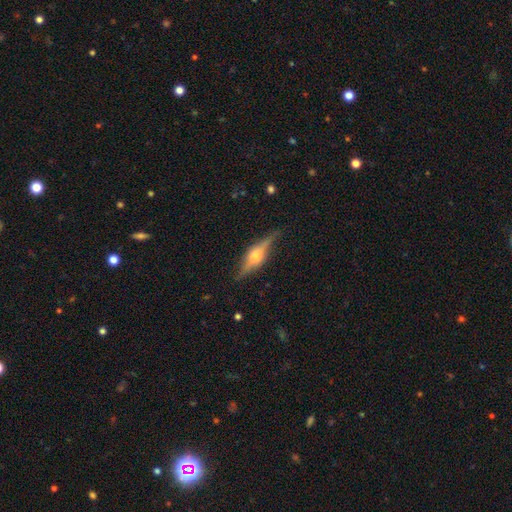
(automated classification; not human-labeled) smooth-or-featured: featured or disk: 77% | smooth: 16% | star or artifact: 6%
  disk-edge-on: yes: 96% | no: 4%
    edge-on-bulge: rounded: 89% | boxy: 9% | none: 2%
  merging: none: 85% | minor disturbance: 11% | major disturbance: 3% | merger: 1%